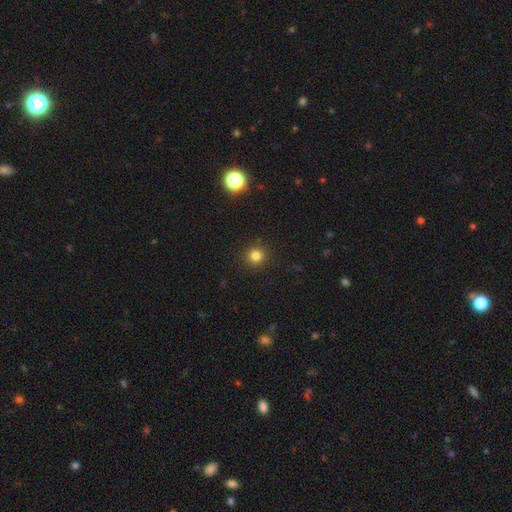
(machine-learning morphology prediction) This appears to be a smooth galaxy with no disk features (81%) that is round (94%). Merging: none (92%).